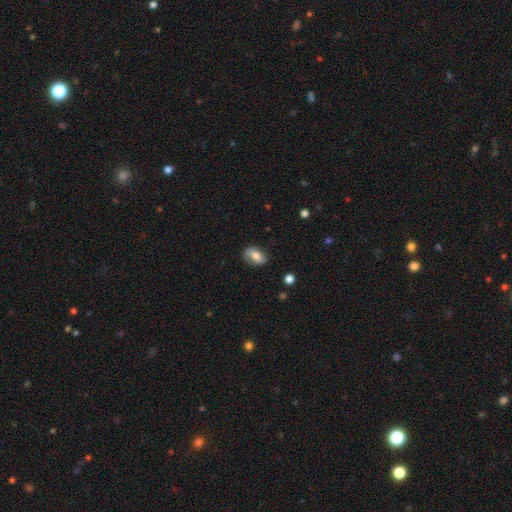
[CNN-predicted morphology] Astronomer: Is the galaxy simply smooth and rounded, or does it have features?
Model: smooth — 70%.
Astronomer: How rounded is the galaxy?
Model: in between — 85%.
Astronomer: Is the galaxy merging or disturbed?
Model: none — 72%.